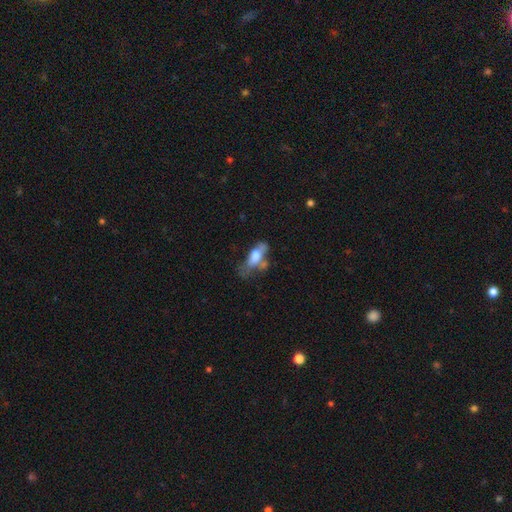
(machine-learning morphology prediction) Smooth or featured? Predicted: smooth (p=0.58). How rounded? Predicted: in between (p=0.76). Merging? Predicted: major disturbance (p=0.33).